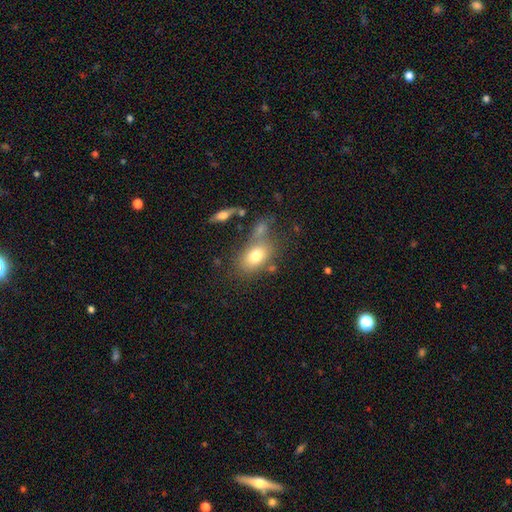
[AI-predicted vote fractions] Smooth or featured? Predicted: smooth (p=0.75). How rounded? Predicted: in between (p=0.84). Merging? Predicted: none (p=0.57).